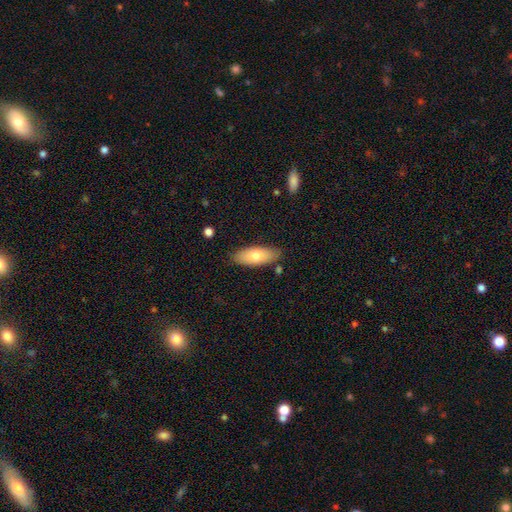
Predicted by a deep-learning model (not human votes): This is likely a smooth galaxy (73%). How rounded: likely in between (80%). Merging: clearly none (83%).